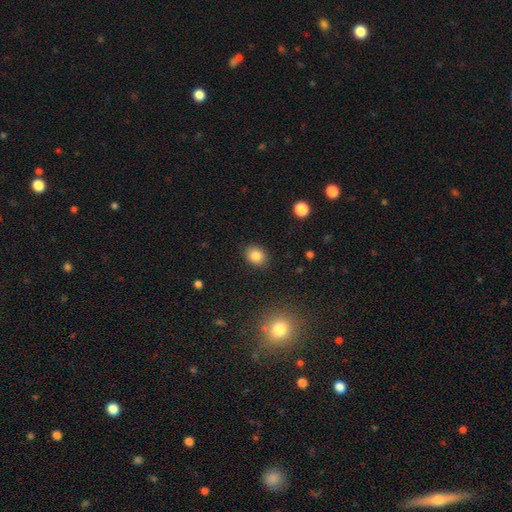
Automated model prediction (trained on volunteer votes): Q: Smooth or featured?
A: smooth (85%); runner-up: star or artifact (10%)
Q: How rounded?
A: round (50%); runner-up: in between (49%)
Q: Merging?
A: none (88%); runner-up: minor disturbance (8%)